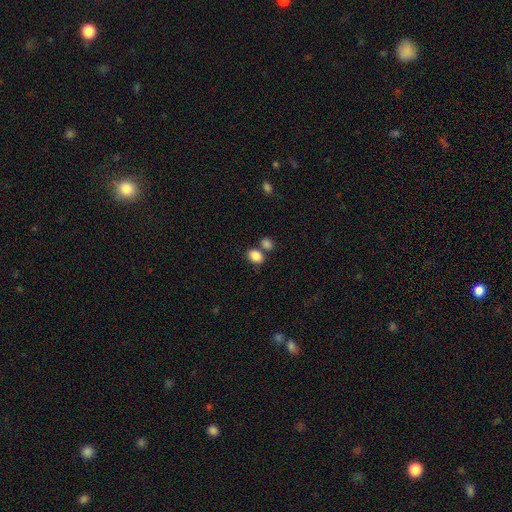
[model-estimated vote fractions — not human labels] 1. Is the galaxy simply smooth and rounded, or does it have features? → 86% smooth, 9% star or artifact, 5% featured or disk.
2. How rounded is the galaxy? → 71% in between, 28% round, 1% cigar-shaped.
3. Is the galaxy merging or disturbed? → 60% none, 25% merger, 11% minor disturbance, 4% major disturbance.